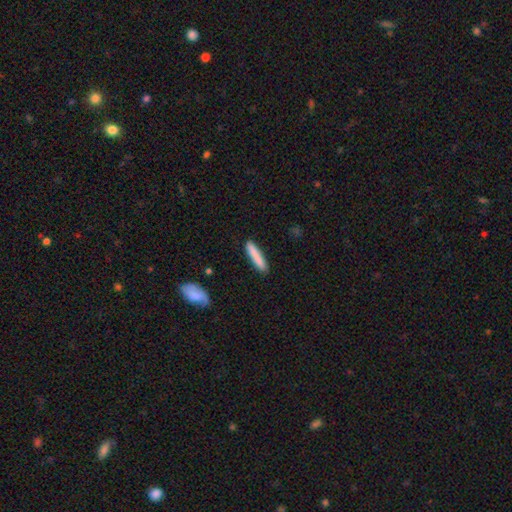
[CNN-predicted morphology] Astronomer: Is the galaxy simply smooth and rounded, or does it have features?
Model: smooth — 84%.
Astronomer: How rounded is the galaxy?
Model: cigar-shaped — 89%.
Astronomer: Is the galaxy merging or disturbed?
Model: none — 88%.